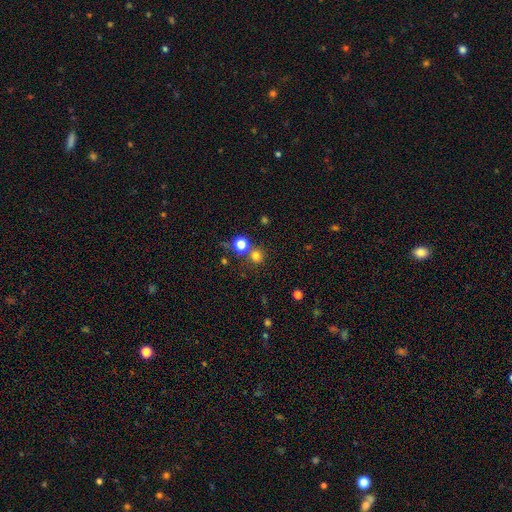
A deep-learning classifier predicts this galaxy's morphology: Smooth or featured: smooth — 75% (star or artifact — 18%)
How rounded: round — 91% (in between — 8%)
Merging: none — 69% (merger — 20%)